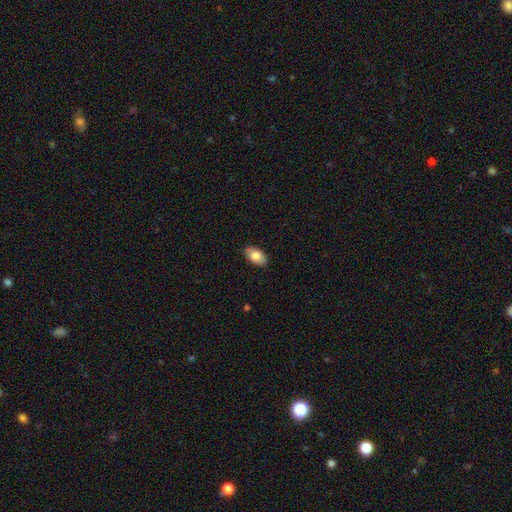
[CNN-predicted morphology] type=smooth (82%); roundness=in between (94%); merging=none (87%).